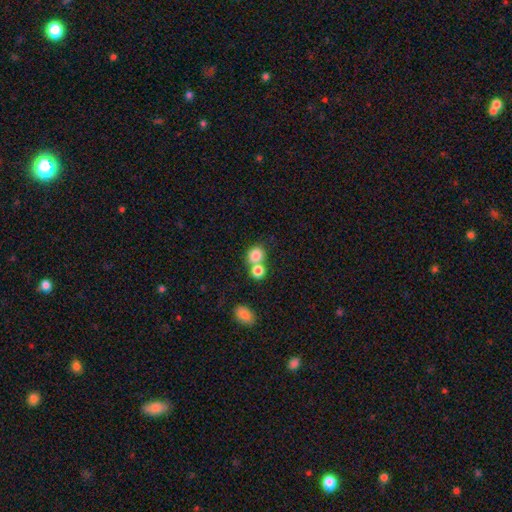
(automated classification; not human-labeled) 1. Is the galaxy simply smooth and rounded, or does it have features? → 82% smooth, 10% star or artifact, 8% featured or disk.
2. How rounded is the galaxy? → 76% round, 23% in between, 1% cigar-shaped.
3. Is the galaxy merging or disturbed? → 48% merger, 42% none, 7% minor disturbance, 3% major disturbance.